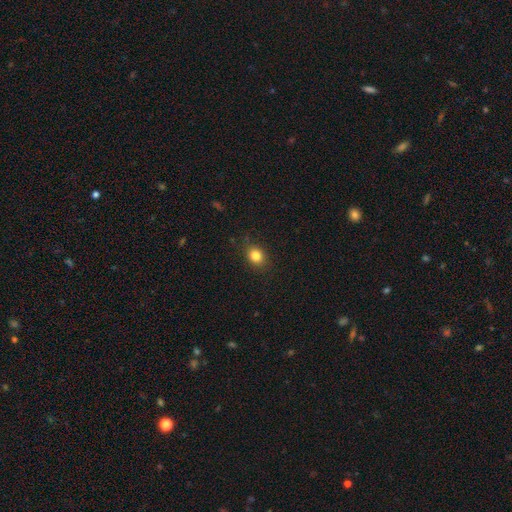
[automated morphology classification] Smooth or featured? Predicted: smooth (p=0.83). How rounded? Predicted: round (p=0.56). Merging? Predicted: none (p=0.86).